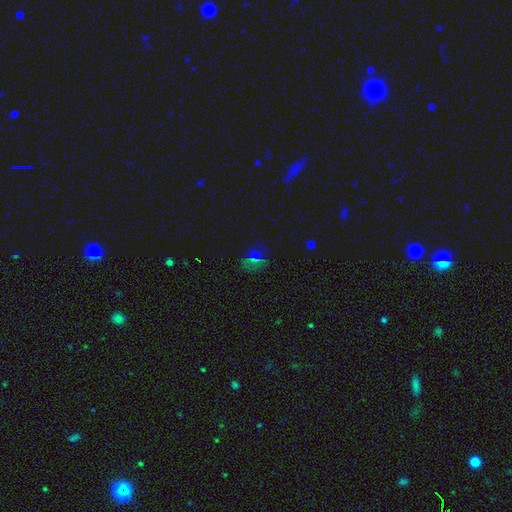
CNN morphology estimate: The model was most divided on "smooth or featured": smooth: 44%, star or artifact: 43%, featured or disk: 13%. More confident: merging — none (72%).